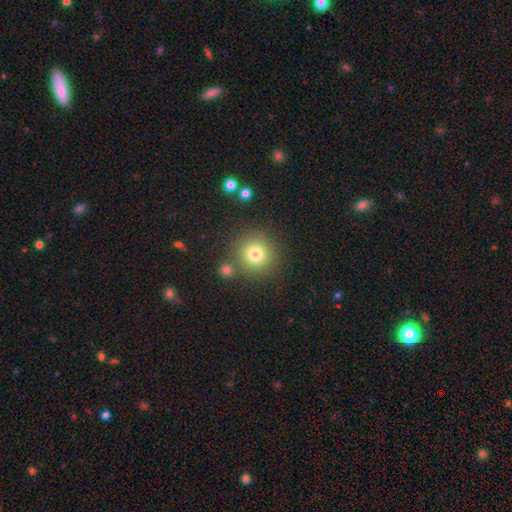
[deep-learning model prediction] smooth-or-featured: smooth: 78% | star or artifact: 13% | featured or disk: 9%
  how-rounded: round: 94% | in between: 5% | cigar-shaped: 1%
  merging: none: 80% | merger: 8% | minor disturbance: 8% | major disturbance: 3%